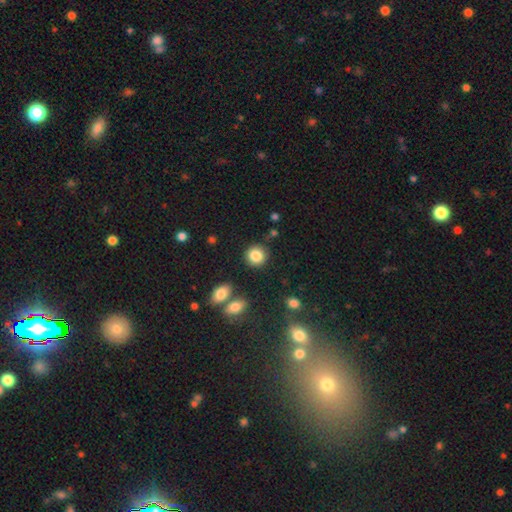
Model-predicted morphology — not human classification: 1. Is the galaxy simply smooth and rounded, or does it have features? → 85% smooth, 9% star or artifact, 6% featured or disk.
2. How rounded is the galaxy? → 88% round, 11% in between, 1% cigar-shaped.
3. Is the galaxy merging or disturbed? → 85% none, 8% minor disturbance, 4% merger, 3% major disturbance.